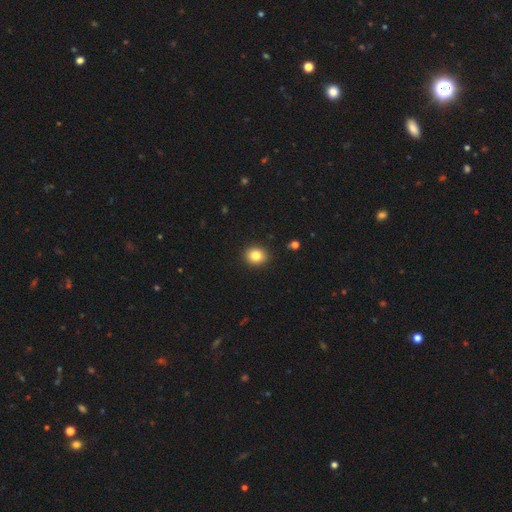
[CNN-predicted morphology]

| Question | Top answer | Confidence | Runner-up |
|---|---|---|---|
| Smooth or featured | smooth | 83% | star or artifact (10%) |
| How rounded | round | 76% | in between (23%) |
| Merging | none | 91% | minor disturbance (6%) |